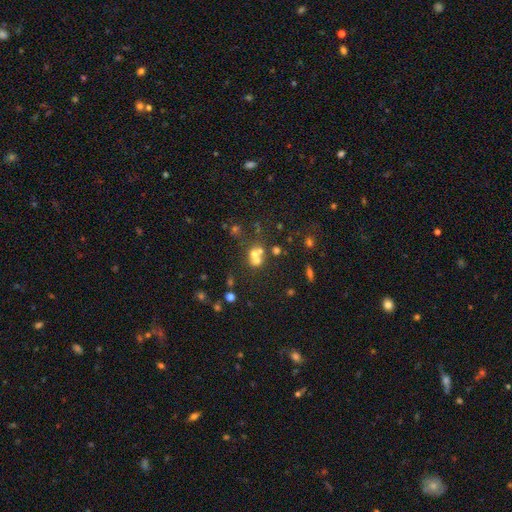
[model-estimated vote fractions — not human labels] A smooth galaxy with no disk features (52%) that is round (73%). Merging: merger (53%).